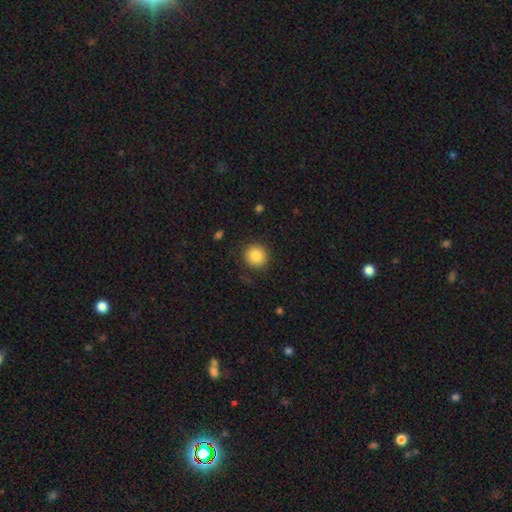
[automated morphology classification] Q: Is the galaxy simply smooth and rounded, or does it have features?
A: smooth — 85%.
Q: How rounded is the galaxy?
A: round — 93%.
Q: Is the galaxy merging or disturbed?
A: none — 87%.